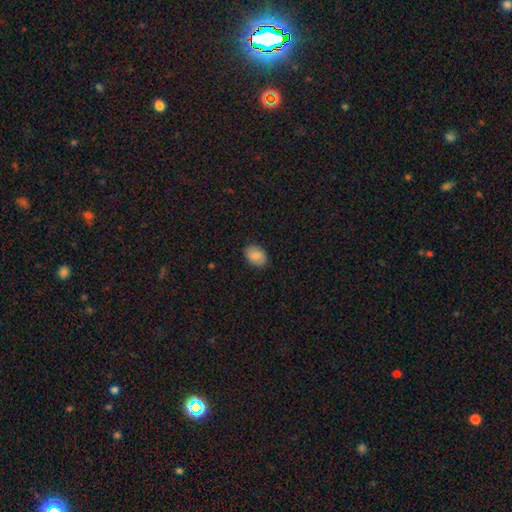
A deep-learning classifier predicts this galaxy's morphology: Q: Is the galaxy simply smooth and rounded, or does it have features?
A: smooth — 84%.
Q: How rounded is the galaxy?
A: in between — 74%.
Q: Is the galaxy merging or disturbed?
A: none — 87%.